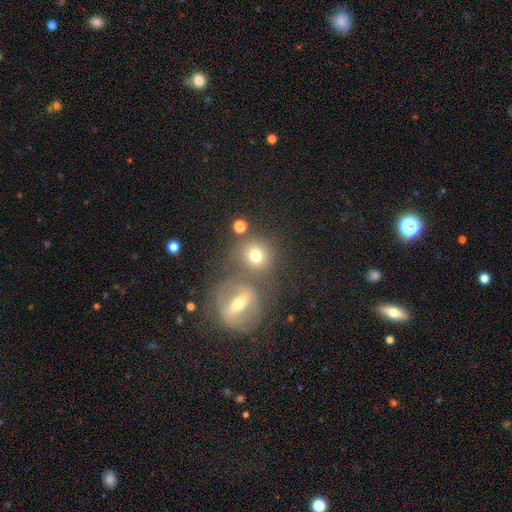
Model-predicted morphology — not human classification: Overall: smooth (69%). How rounded: round (84%). Merging: none (60%; merger 25%).